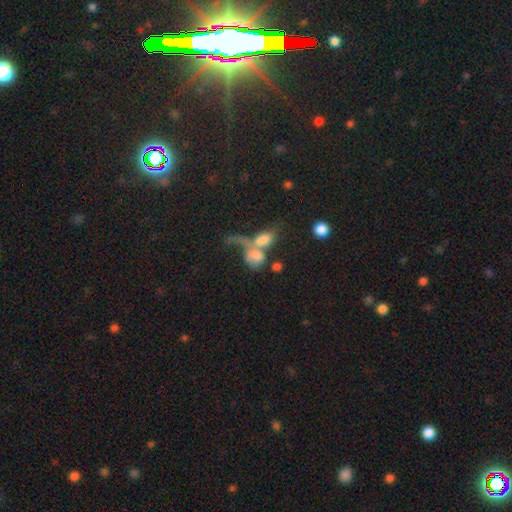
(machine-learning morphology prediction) The model was most divided on "smooth or featured": smooth: 63%, featured or disk: 26%, star or artifact: 11%. More confident: how rounded — in between (73%); merging — merger (66%).